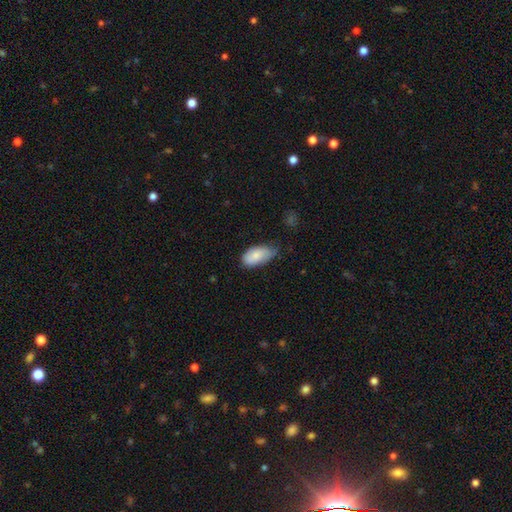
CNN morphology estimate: A smooth galaxy with no disk features (84%) that is in between round and cigar-shaped (94%).

Vote fractions:
- Smooth or featured? smooth: 84% / featured or disk: 10% / star or artifact: 6%
- How rounded? in between: 94% / cigar-shaped: 3% / round: 3%
- Merging? none: 48% / minor disturbance: 43% / major disturbance: 7% / merger: 2%